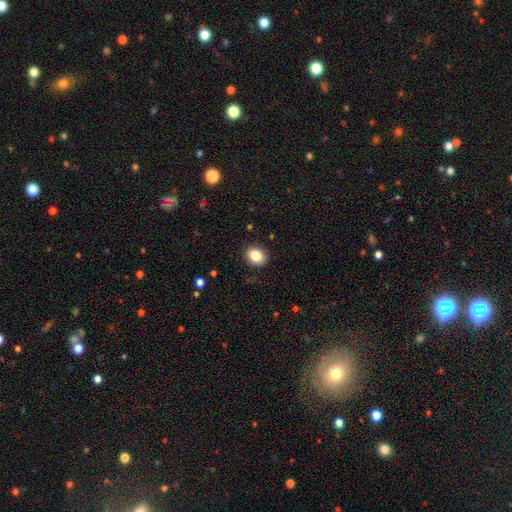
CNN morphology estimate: Overall: smooth (85%). How rounded: in between (52%; round 47%). Merging: none (90%).